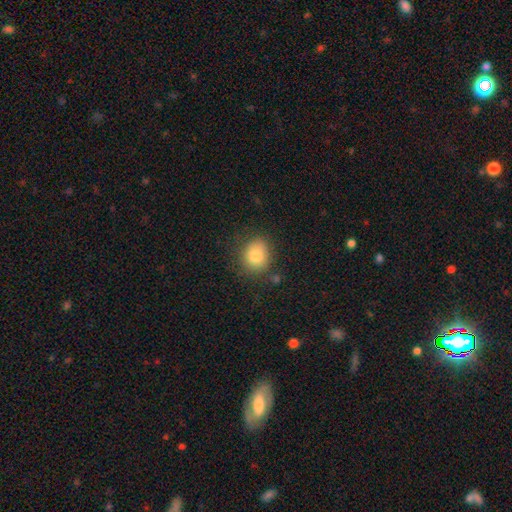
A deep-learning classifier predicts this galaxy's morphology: Q: Smooth or featured?
A: smooth (82%); runner-up: star or artifact (10%)
Q: How rounded?
A: round (67%); runner-up: in between (32%)
Q: Merging?
A: none (75%); runner-up: minor disturbance (17%)